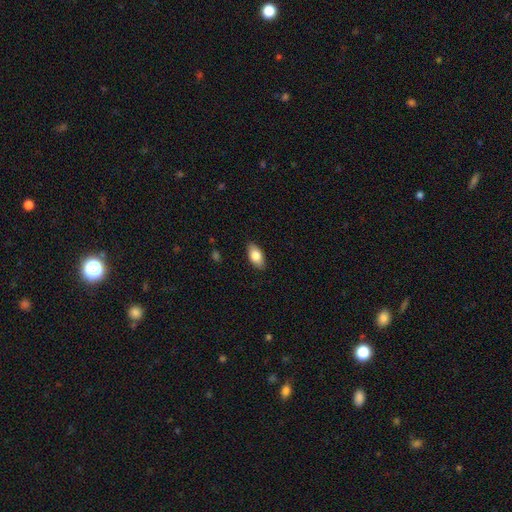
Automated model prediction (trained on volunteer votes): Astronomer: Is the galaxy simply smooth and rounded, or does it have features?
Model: smooth — 81%.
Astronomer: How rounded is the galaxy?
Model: in between — 92%.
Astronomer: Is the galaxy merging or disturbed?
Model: none — 87%.